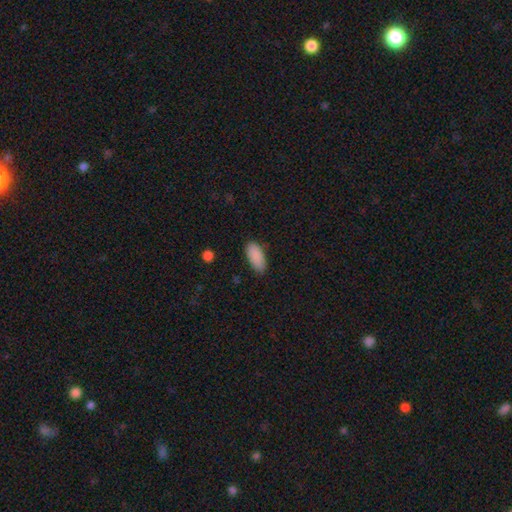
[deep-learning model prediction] Morphology: type=smooth (90%); roundness=in between (89%); merging=none (81%).